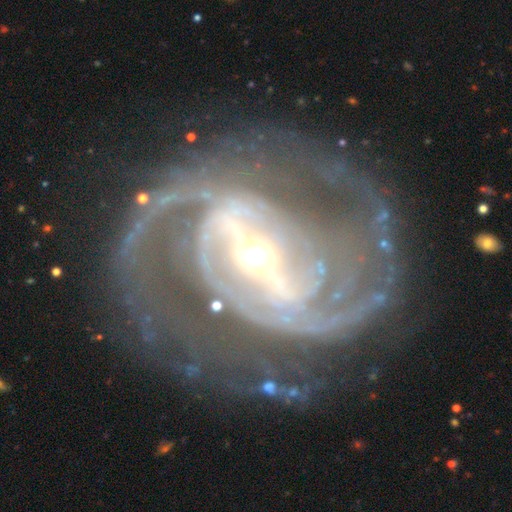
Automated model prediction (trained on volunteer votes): A featured or disk galaxy (92%) with a strong bar (69%), 2 (52%) medium (47%) spiral arms (97%) and a small central bulge (66%).

Vote fractions:
- Smooth or featured? featured or disk: 92% / star or artifact: 5% / smooth: 3%
- Edge-on disk? no: 97% / yes: 3%
- Bar? strong: 69% / weak: 24% / no: 7%
- Spiral arms? yes: 97% / no: 3%
- Spiral winding? medium: 47% / tight: 40% / loose: 14%
- Spiral arm count? 2: 52% / 3: 16% / can't tell: 13% / 4: 8% / more than 4: 5% / 1: 5%
- Bulge size? small: 66% / moderate: 28% / large: 4% / none: 1% / dominant: 1%
- Merging? none: 69% / minor disturbance: 15% / major disturbance: 15% / merger: 2%